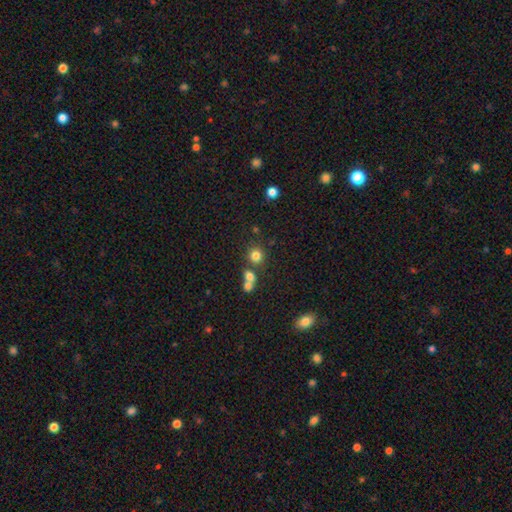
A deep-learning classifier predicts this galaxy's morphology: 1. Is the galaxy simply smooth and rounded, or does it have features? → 78% smooth, 15% star or artifact, 8% featured or disk.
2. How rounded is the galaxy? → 88% round, 11% in between, 1% cigar-shaped.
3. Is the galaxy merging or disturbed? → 67% none, 22% merger, 8% minor disturbance, 4% major disturbance.